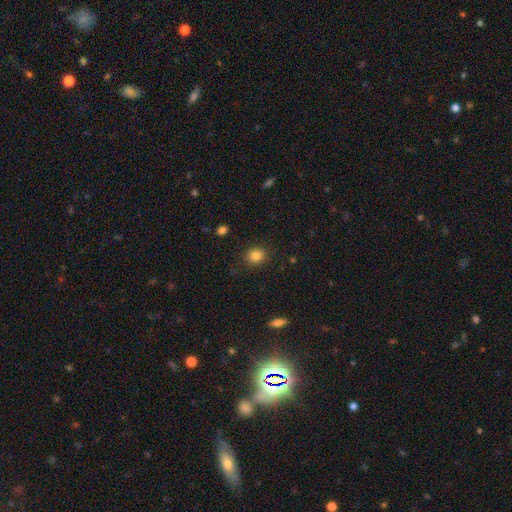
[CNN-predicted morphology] The model was most divided on "how rounded": round: 74%, in between: 25%, cigar-shaped: 1%. More confident: merging — none (88%); smooth or featured — smooth (84%).